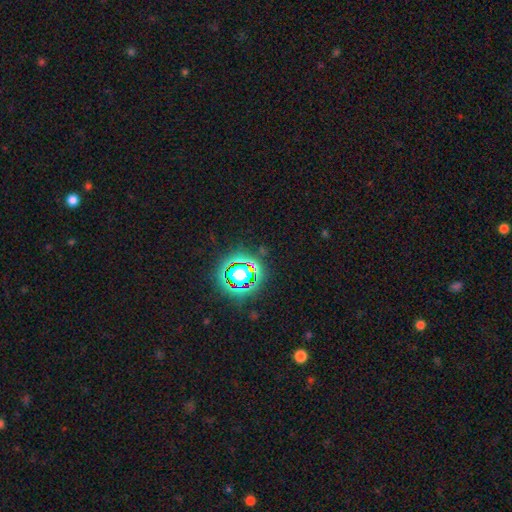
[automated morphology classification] smooth-or-featured: star or artifact: 80% | smooth: 13% | featured or disk: 7%